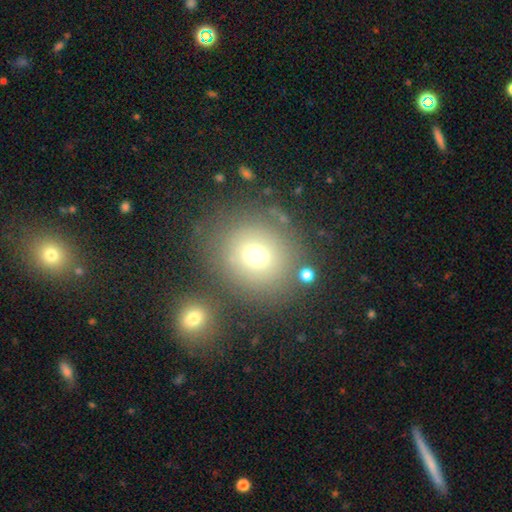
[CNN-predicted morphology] Smooth or featured? smooth (70%)
How rounded? round (75%)
Merging? none (70%)